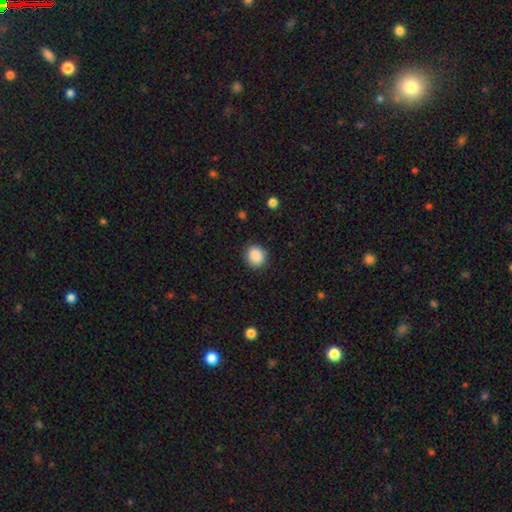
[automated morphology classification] Smooth or featured? smooth (89%)
How rounded? round (66%)
Merging? none (87%)